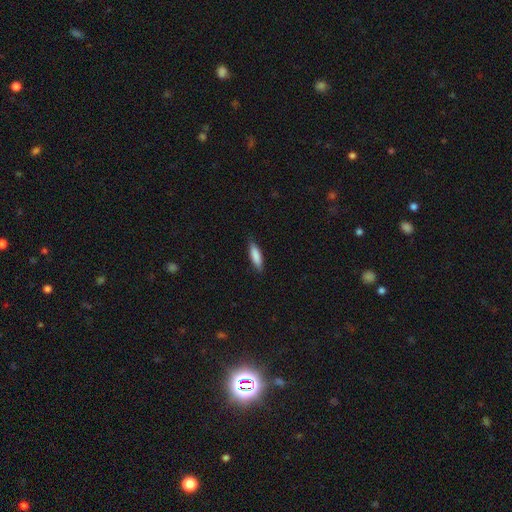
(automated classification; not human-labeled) Smooth or featured?
  - smooth: 85% *
  - featured or disk: 9%
  - star or artifact: 6%
How rounded?
  - cigar-shaped: 60% *
  - in between: 39%
  - round: 1%
Merging?
  - none: 85% *
  - minor disturbance: 12%
  - major disturbance: 2%
  - merger: 1%